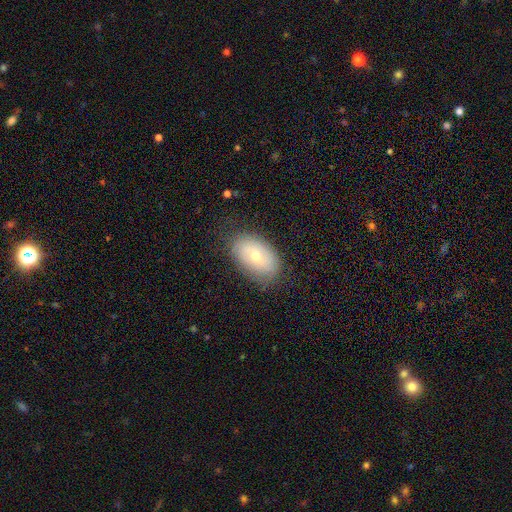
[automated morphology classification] A smooth galaxy with no disk features (57%) that is in between round and cigar-shaped (89%). Merging: none (77%).